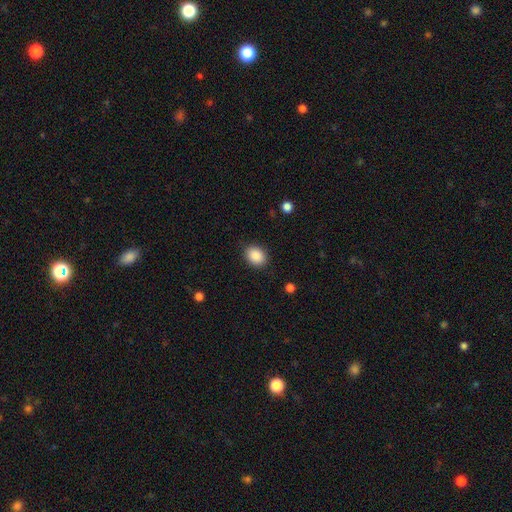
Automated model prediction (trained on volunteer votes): smooth_or_featured: smooth (p=0.89) [alt: star or artifact p=0.08]
how_rounded: in between (p=0.63) [alt: round p=0.36]
merging: none (p=0.87) [alt: minor disturbance p=0.09]